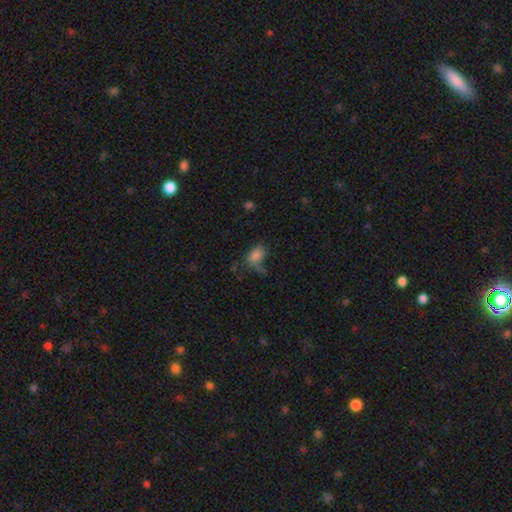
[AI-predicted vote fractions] Smooth or featured? Predicted: smooth (p=0.79). How rounded? Predicted: in between (p=0.85). Merging? Predicted: none (p=0.45).